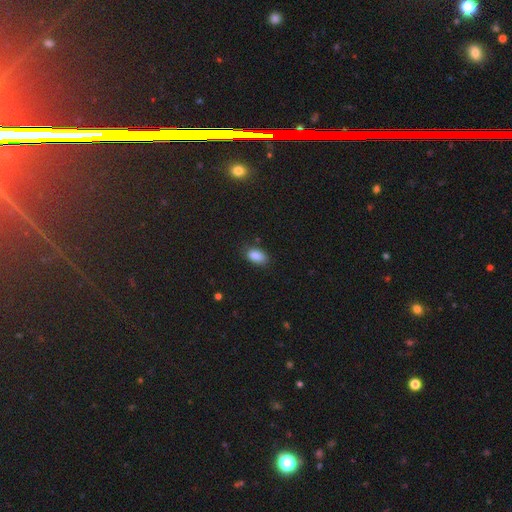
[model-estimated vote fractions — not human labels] Smooth or featured? smooth (87%)
How rounded? in between (91%)
Merging? none (80%)